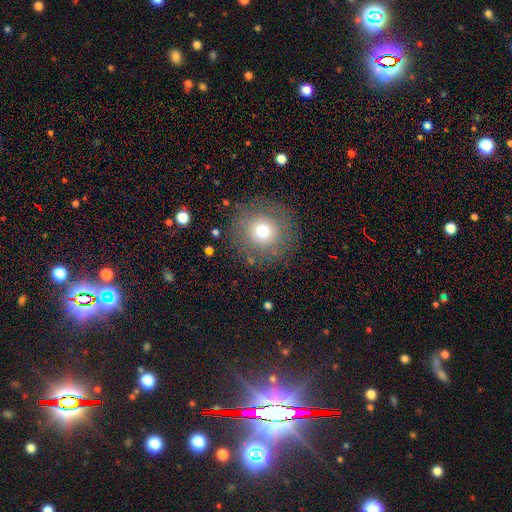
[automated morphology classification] smooth-or-featured: smooth: 38% | star or artifact: 35% | featured or disk: 27%
  merging: none: 87% | minor disturbance: 8% | major disturbance: 4% | merger: 1%